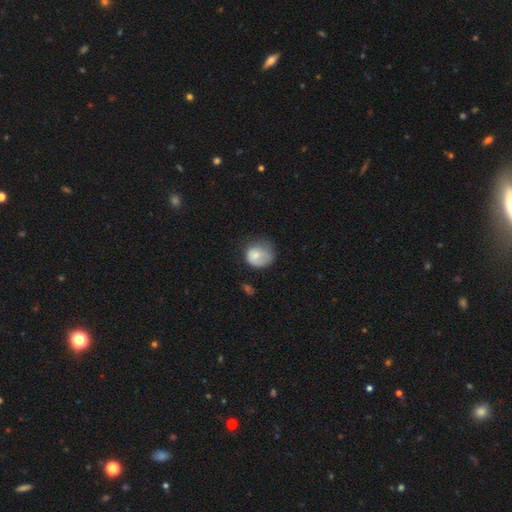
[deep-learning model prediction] The model was most divided on "merging": none: 41%, minor disturbance: 32%, major disturbance: 25%, merger: 2%. More confident: smooth or featured — smooth (75%); how rounded — round (73%).